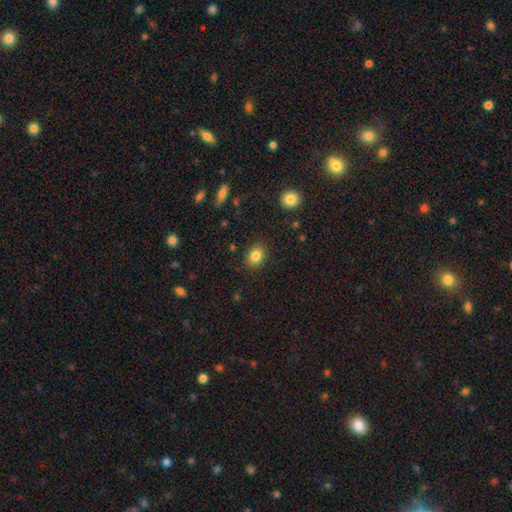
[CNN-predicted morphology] The model was most divided on "how rounded": in between: 59%, round: 40%, cigar-shaped: 1%. More confident: merging — none (87%); smooth or featured — smooth (83%).